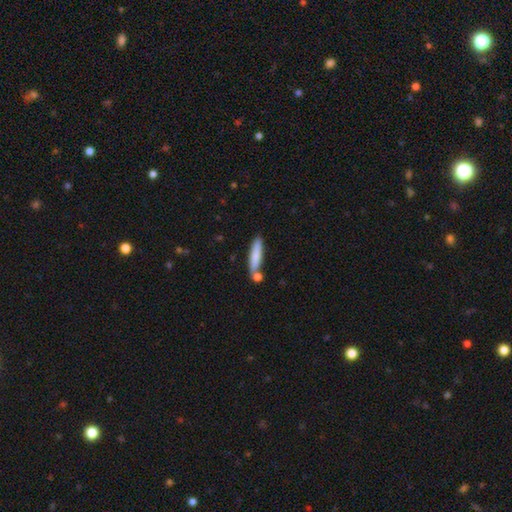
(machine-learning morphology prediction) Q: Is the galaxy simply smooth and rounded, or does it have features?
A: smooth — 77%.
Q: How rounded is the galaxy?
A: cigar-shaped — 84%.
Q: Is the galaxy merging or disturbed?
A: none — 70%.